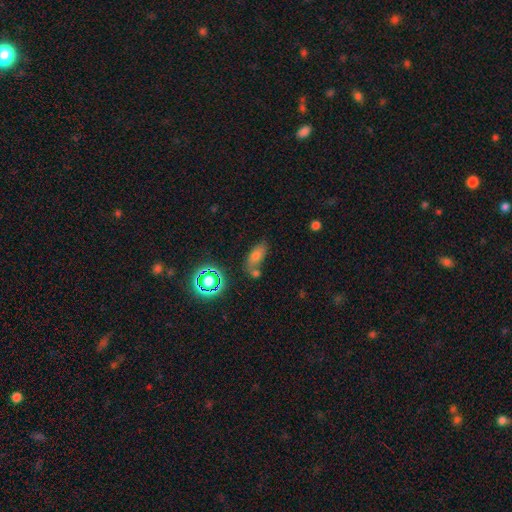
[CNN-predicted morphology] smooth-or-featured: smooth: 66% | star or artifact: 20% | featured or disk: 14%
  how-rounded: in between: 79% | cigar-shaped: 12% | round: 9%
  merging: none: 53% | merger: 26% | minor disturbance: 15% | major disturbance: 6%